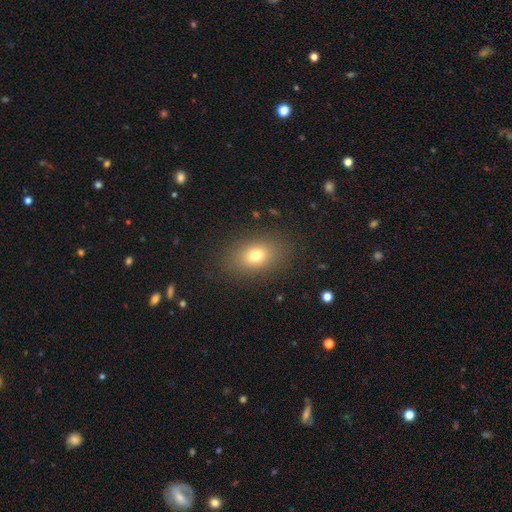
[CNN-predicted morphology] Smooth or featured? smooth (74%)
How rounded? in between (74%)
Merging? none (86%)